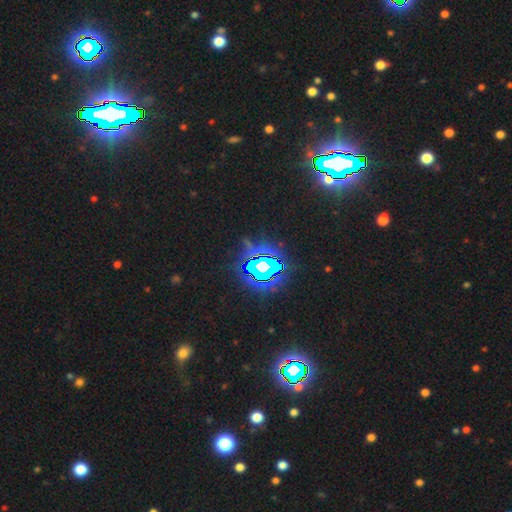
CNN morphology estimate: smooth-or-featured: star or artifact: 85% | smooth: 9% | featured or disk: 7%